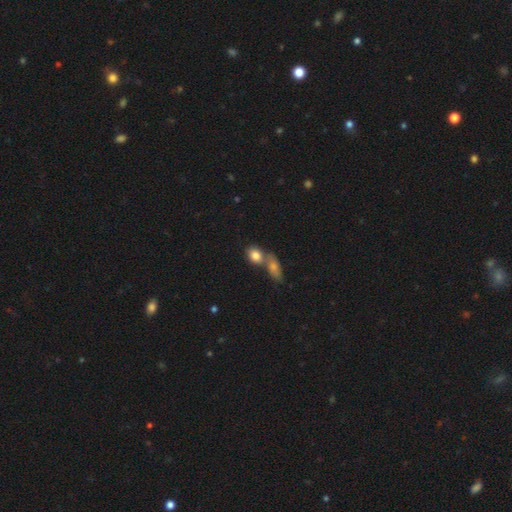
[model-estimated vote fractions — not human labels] smooth 82%, featured or disk 10%, star or artifact 8%. Down the decision tree: how rounded — in between (61%); merging — merger (52%).